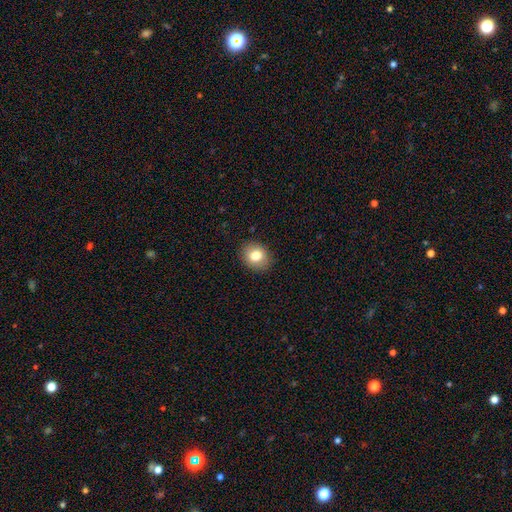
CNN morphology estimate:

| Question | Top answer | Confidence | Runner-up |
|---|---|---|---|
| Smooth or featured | smooth | 81% | star or artifact (9%) |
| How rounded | round | 62% | in between (37%) |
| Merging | none | 89% | minor disturbance (8%) |